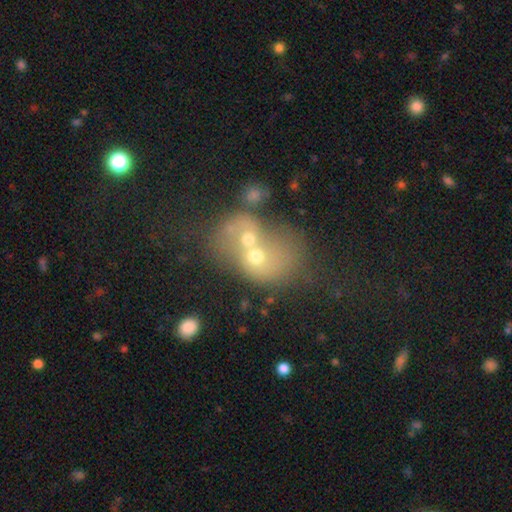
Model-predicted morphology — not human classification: This appears to be a smooth galaxy with no disk features (47%). Merging: merger (74%).